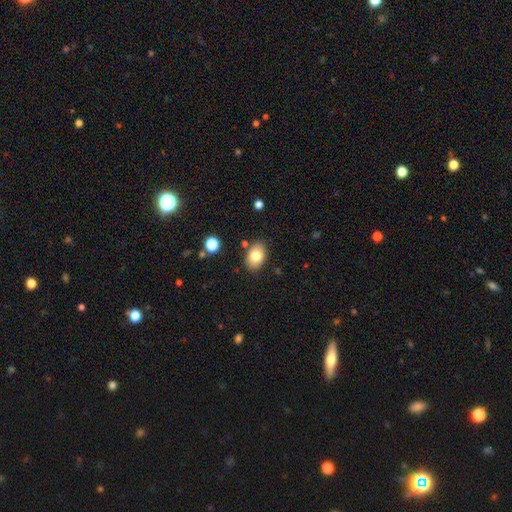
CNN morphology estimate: A smooth galaxy with no disk features (80%) that is in between round and cigar-shaped (84%).

Vote fractions:
- Smooth or featured? smooth: 80% / featured or disk: 12% / star or artifact: 8%
- How rounded? in between: 84% / round: 15% / cigar-shaped: 1%
- Merging? none: 83% / minor disturbance: 11% / merger: 3% / major disturbance: 3%